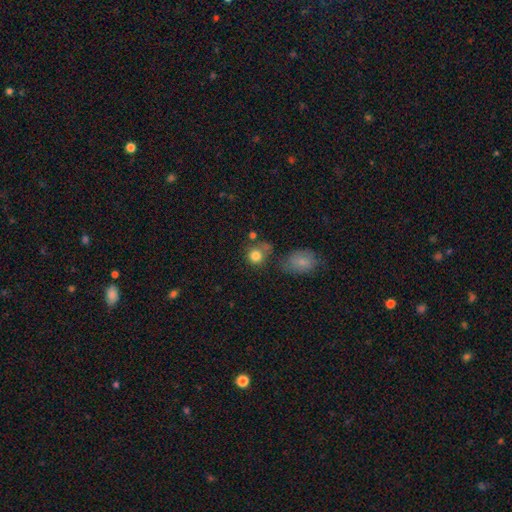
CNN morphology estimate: smooth-or-featured: smooth: 82% | star or artifact: 10% | featured or disk: 8%
  how-rounded: round: 84% | in between: 15% | cigar-shaped: 1%
  merging: none: 58% | merger: 18% | minor disturbance: 16% | major disturbance: 8%